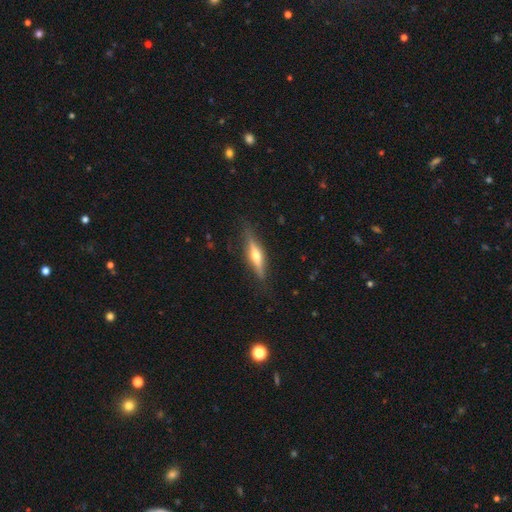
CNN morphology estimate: A featured or disk galaxy (65%) viewed edge-on (95%) with a rounded central bulge (89%). Merging: none (84%).